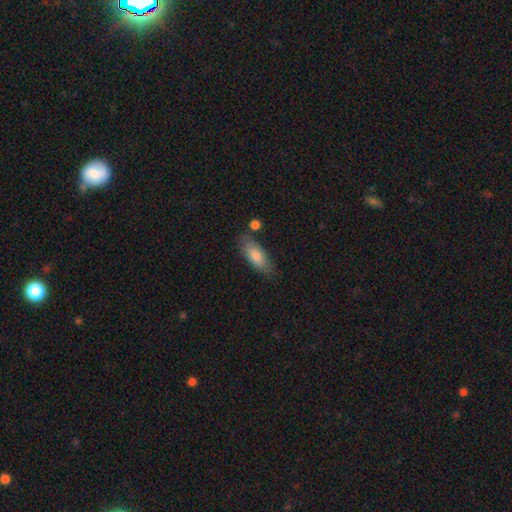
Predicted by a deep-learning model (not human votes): A smooth galaxy with no disk features (80%) that is in between round and cigar-shaped (74%).

Vote fractions:
- Smooth or featured? smooth: 80% / featured or disk: 14% / star or artifact: 6%
- How rounded? in between: 74% / cigar-shaped: 24% / round: 2%
- Merging? none: 74% / minor disturbance: 16% / merger: 6% / major disturbance: 4%